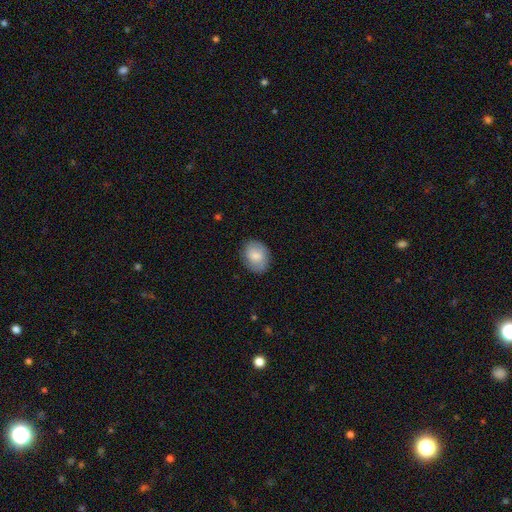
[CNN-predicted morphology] smooth_or_featured: smooth (p=0.74) [alt: featured or disk p=0.19]
how_rounded: in between (p=0.59) [alt: round p=0.40]
merging: none (p=0.82) [alt: minor disturbance p=0.14]